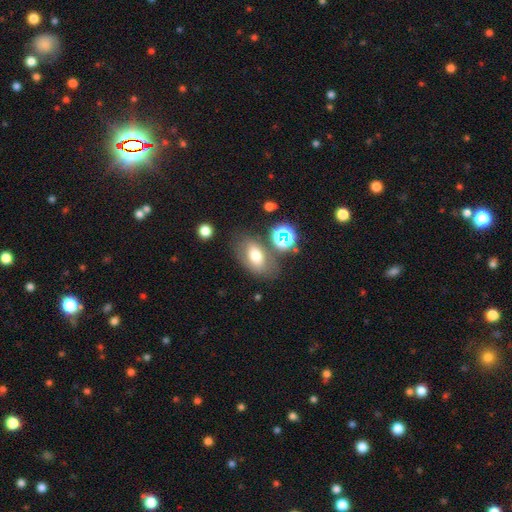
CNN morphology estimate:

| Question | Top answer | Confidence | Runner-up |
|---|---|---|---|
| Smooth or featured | smooth | 65% | featured or disk (22%) |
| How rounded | in between | 86% | round (11%) |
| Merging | none | 65% | minor disturbance (17%) |